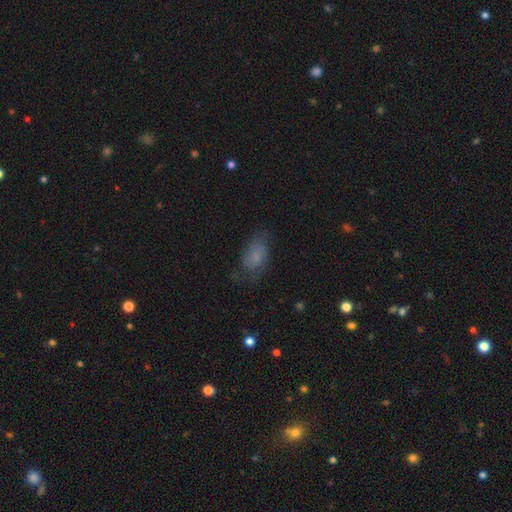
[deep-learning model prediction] smooth-or-featured: smooth: 56% | featured or disk: 32% | star or artifact: 12%
  how-rounded: in between: 88% | round: 8% | cigar-shaped: 4%
  merging: none: 56% | minor disturbance: 26% | major disturbance: 16% | merger: 2%